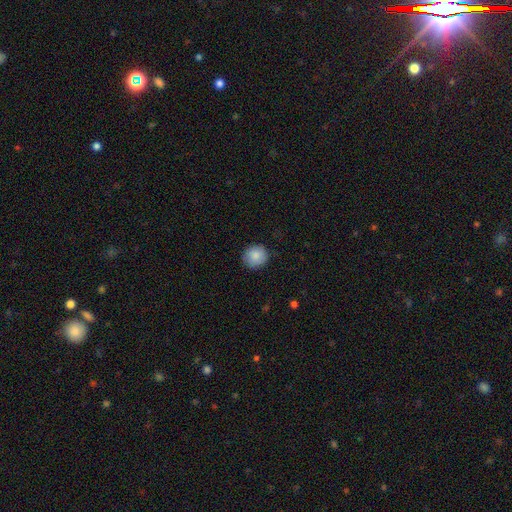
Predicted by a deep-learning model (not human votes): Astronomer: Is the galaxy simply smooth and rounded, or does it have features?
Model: smooth — 86%.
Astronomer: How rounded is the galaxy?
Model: round — 89%.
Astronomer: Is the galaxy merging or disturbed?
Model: none — 86%.